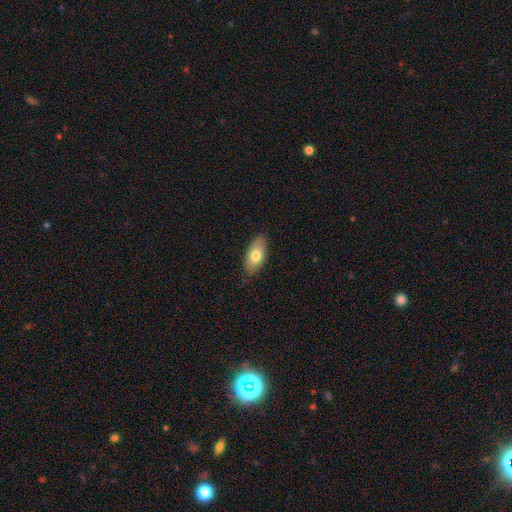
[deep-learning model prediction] A smooth galaxy with no disk features (75%) that is in between round and cigar-shaped (90%). Merging: none (84%).